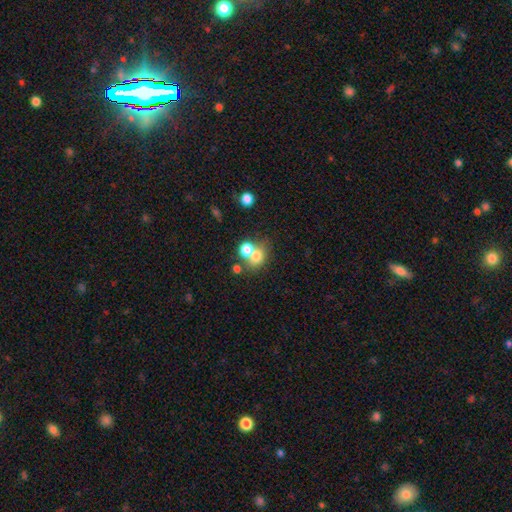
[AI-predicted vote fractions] This is likely a smooth galaxy (71%). How rounded: likely round (66%). Merging: possibly merger (50%).